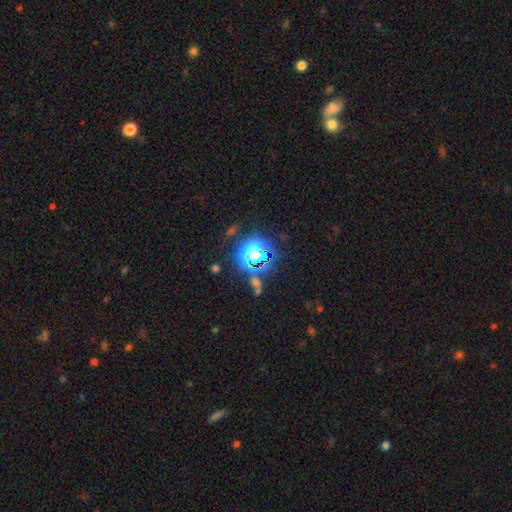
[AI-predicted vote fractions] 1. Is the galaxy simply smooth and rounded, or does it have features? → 63% star or artifact, 27% smooth, 10% featured or disk.